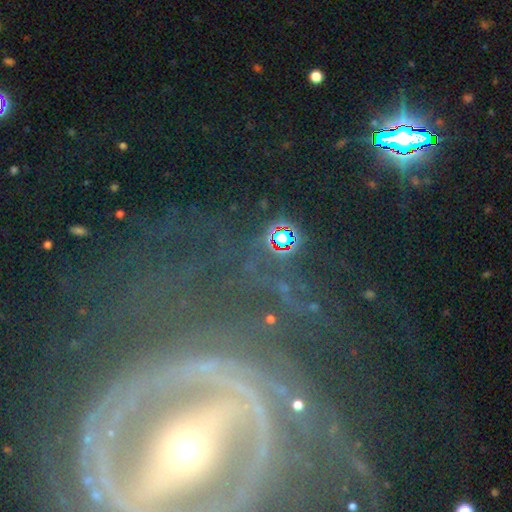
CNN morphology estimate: Smooth or featured? featured or disk (72%)
Edge-on disk? no (91%)
Bar? strong (52%)
Spiral arms? yes (76%)
Bulge size? small (49%)
Merging? none (66%)